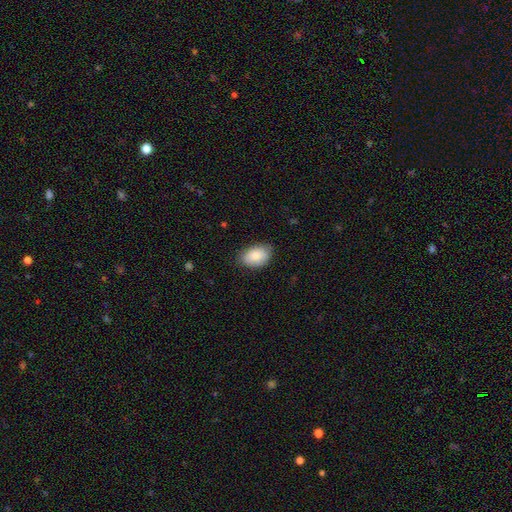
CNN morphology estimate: Smooth or featured? smooth (85%)
How rounded? in between (87%)
Merging? none (78%)